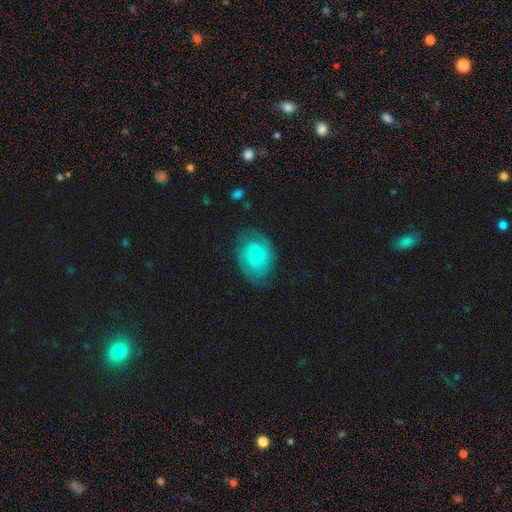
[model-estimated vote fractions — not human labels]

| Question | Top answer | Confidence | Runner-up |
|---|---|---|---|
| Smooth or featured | featured or disk | 66% | smooth (27%) |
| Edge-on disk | no | 97% | yes (3%) |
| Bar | no | 65% | weak (30%) |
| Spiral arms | yes | 88% | no (12%) |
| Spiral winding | tight | 50% | medium (37%) |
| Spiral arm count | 2 | 67% | can't tell (20%) |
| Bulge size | small | 73% | moderate (18%) |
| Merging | none | 71% | minor disturbance (19%) |